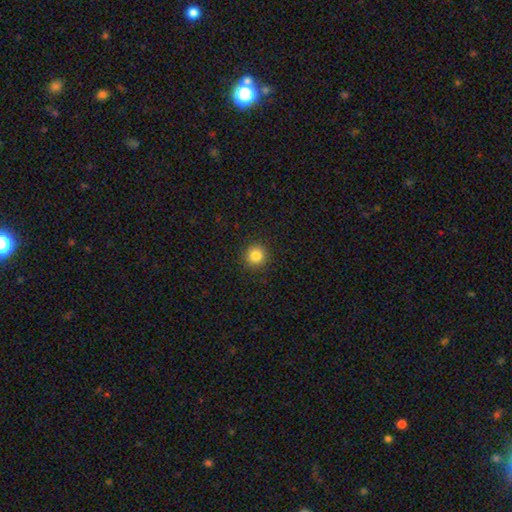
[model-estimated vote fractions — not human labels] A smooth galaxy with no disk features (83%) that is round (94%). Merging: none (92%).